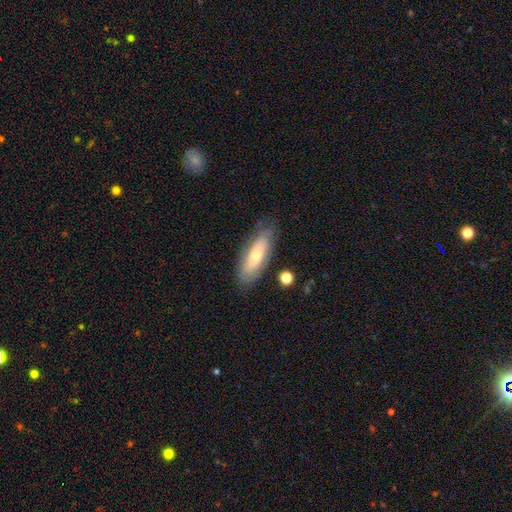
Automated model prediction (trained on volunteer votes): The model was most divided on "smooth or featured": smooth: 56%, featured or disk: 38%, star or artifact: 7%. More confident: merging — none (77%); how rounded — in between (65%).